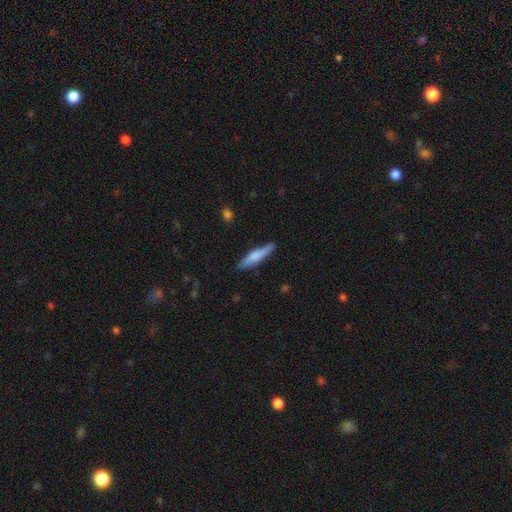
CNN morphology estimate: The model was most divided on "smooth or featured": smooth: 62%, featured or disk: 33%, star or artifact: 6%. More confident: how rounded — cigar-shaped (83%); merging — none (82%).